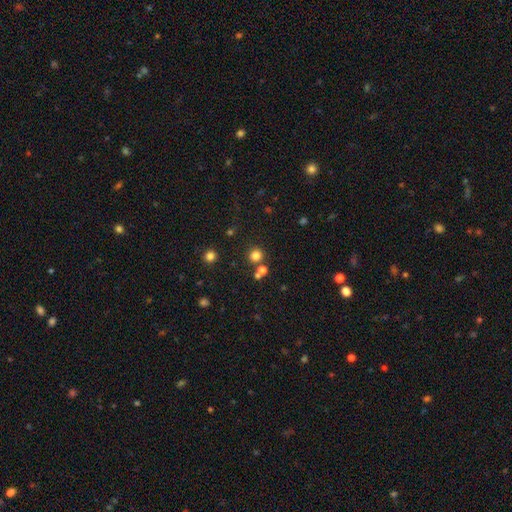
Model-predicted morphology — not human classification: The model was most divided on "smooth or featured": smooth: 77%, star or artifact: 17%, featured or disk: 6%. More confident: how rounded — round (93%); merging — none (78%).